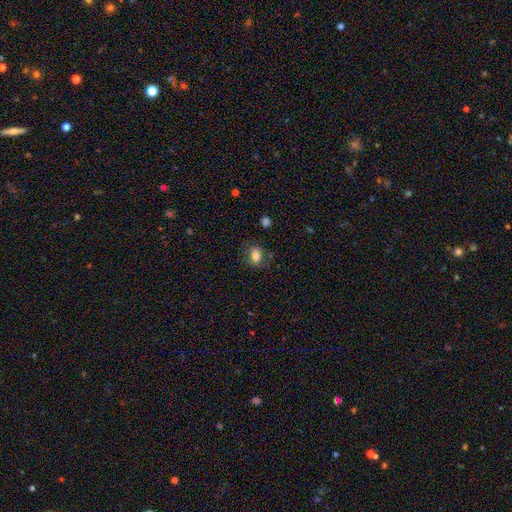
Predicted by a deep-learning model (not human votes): A smooth galaxy with no disk features (79%) that is in between round and cigar-shaped (70%). Merging: none (76%).